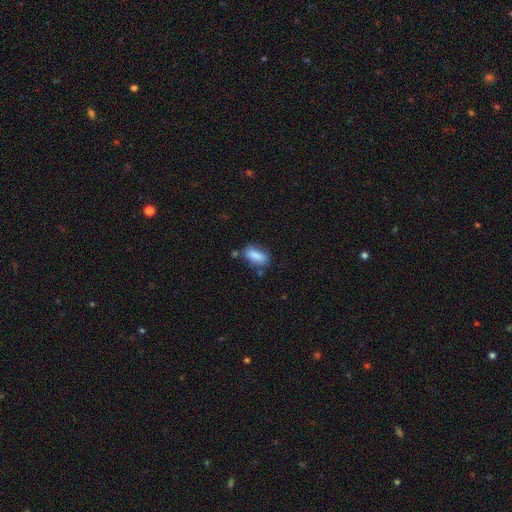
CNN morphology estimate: A smooth galaxy with no disk features (85%) that is in between round and cigar-shaped (83%).

Vote fractions:
- Smooth or featured? smooth: 85% / star or artifact: 8% / featured or disk: 7%
- How rounded? in between: 83% / cigar-shaped: 13% / round: 4%
- Merging? none: 65% / minor disturbance: 21% / merger: 8% / major disturbance: 6%